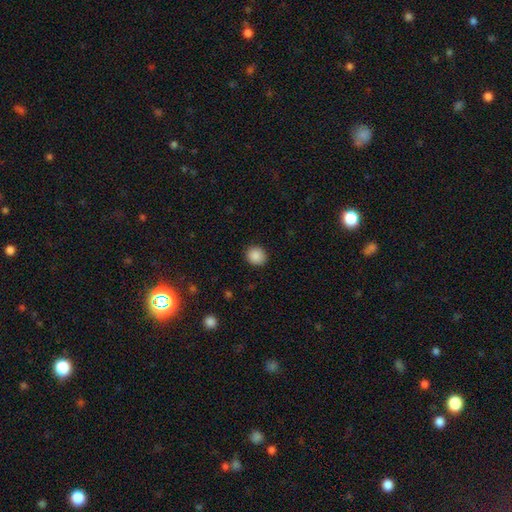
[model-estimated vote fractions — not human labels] Q: Smooth or featured?
A: smooth (88%); runner-up: star or artifact (9%)
Q: How rounded?
A: round (82%); runner-up: in between (17%)
Q: Merging?
A: none (90%); runner-up: minor disturbance (7%)